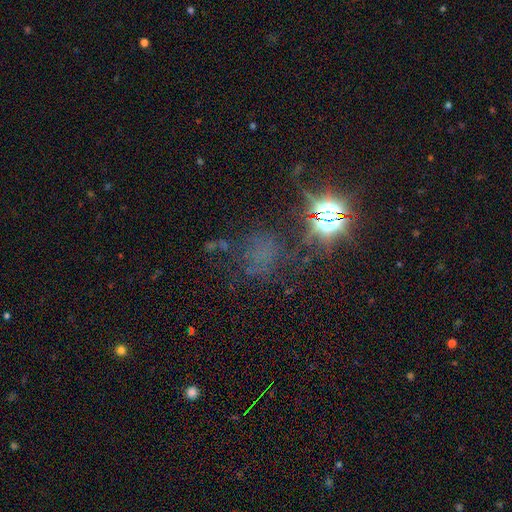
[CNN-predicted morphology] Smooth or featured? Predicted: star or artifact (p=0.61).